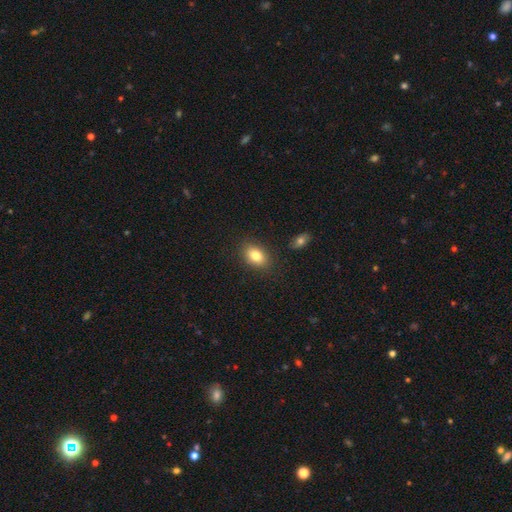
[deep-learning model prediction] Smooth or featured? smooth (82%)
How rounded? in between (83%)
Merging? none (85%)